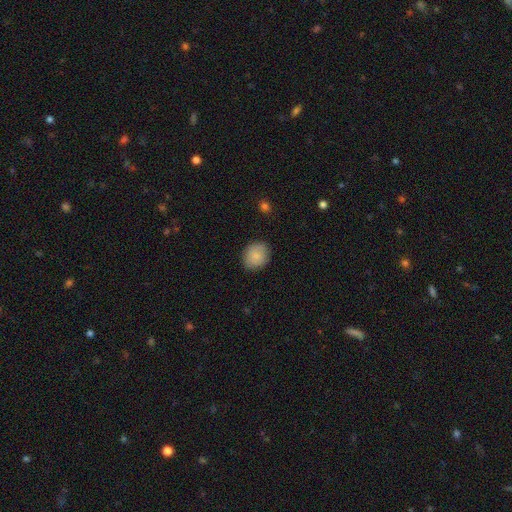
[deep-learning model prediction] smooth 86%, star or artifact 7%, featured or disk 7%. Down the decision tree: how rounded — round (63%); merging — none (85%).